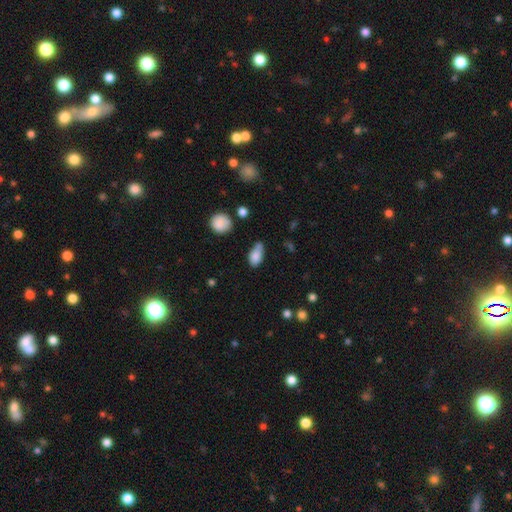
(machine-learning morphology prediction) Q: Smooth or featured?
A: smooth (83%); runner-up: star or artifact (9%)
Q: How rounded?
A: in between (87%); runner-up: round (9%)
Q: Merging?
A: none (42%); runner-up: minor disturbance (33%)